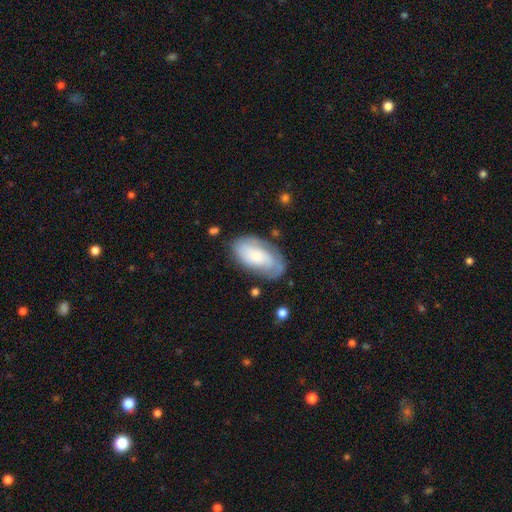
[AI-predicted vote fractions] featured or disk 55%, smooth 39%, star or artifact 7%. Down the decision tree: edge-on disk — no (93%); bar — no (74%); spiral arms — yes (80%); bulge size — small (62%); merging — none (68%).